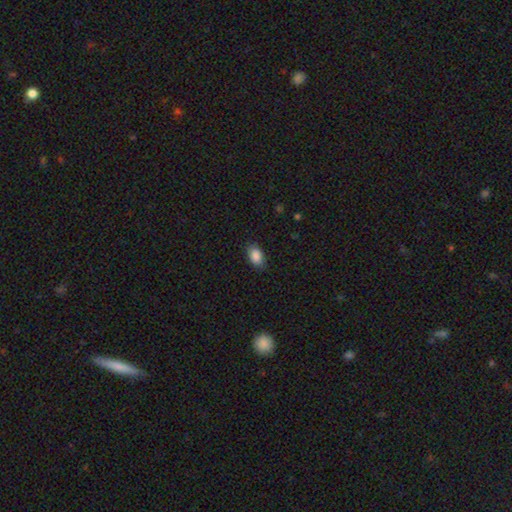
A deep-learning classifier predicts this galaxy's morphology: smooth 88%, star or artifact 8%, featured or disk 4%. Down the decision tree: how rounded — in between (90%); merging — none (84%).